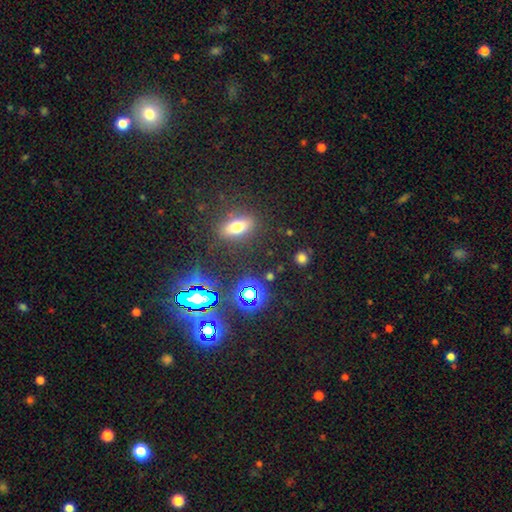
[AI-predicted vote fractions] A star or artifact, not a galaxy (55%).